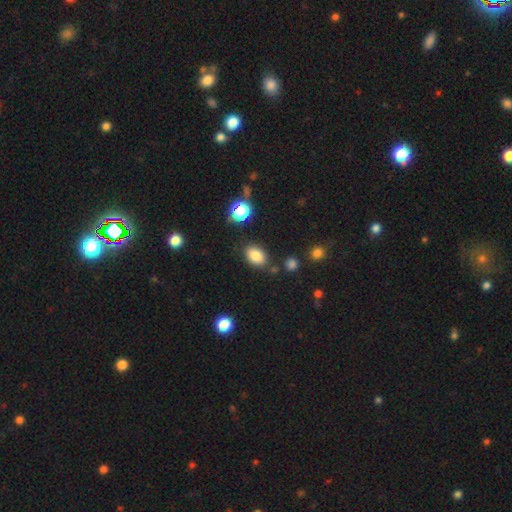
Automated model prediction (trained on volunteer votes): Smooth or featured?
  - smooth: 82% *
  - star or artifact: 11%
  - featured or disk: 7%
How rounded?
  - in between: 81% *
  - round: 18%
  - cigar-shaped: 1%
Merging?
  - none: 79% *
  - minor disturbance: 12%
  - merger: 5%
  - major disturbance: 3%